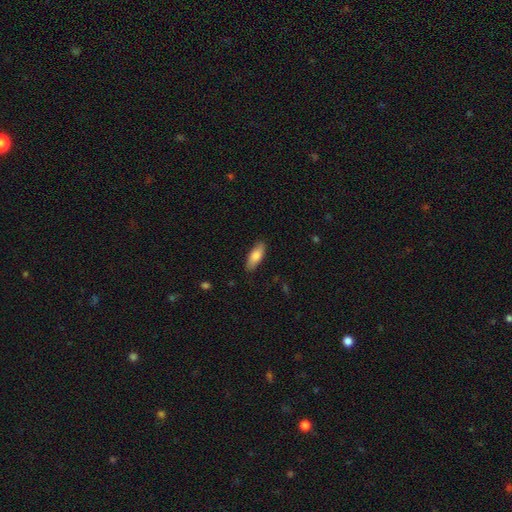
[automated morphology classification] Q: Smooth or featured?
A: smooth (81%); runner-up: featured or disk (13%)
Q: How rounded?
A: in between (71%); runner-up: cigar-shaped (27%)
Q: Merging?
A: none (86%); runner-up: minor disturbance (11%)